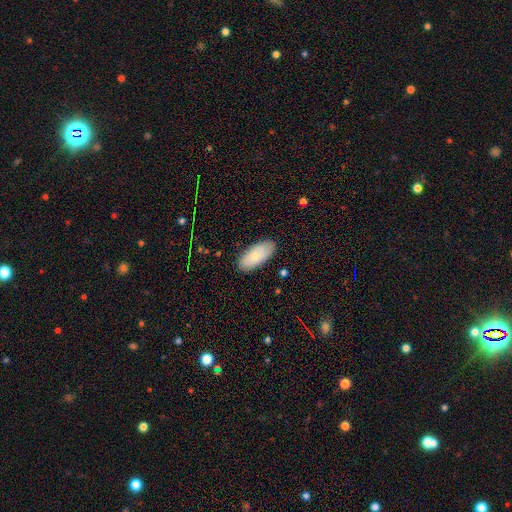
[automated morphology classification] Overall: smooth (79%). How rounded: in between (90%). Merging: none (86%).